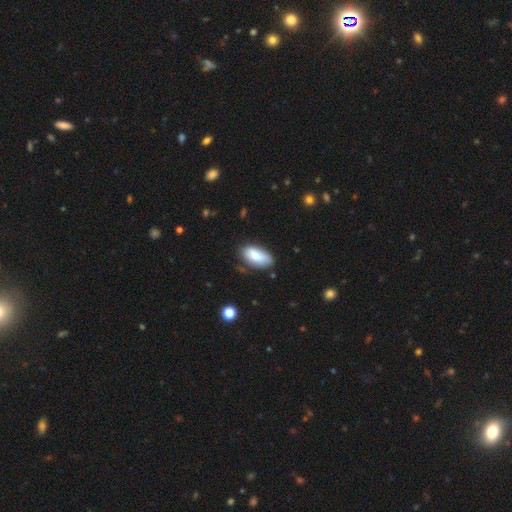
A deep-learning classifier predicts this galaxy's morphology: Smooth or featured: smooth — 77% (featured or disk — 16%)
How rounded: in between — 91% (cigar-shaped — 6%)
Merging: none — 65% (minor disturbance — 26%)